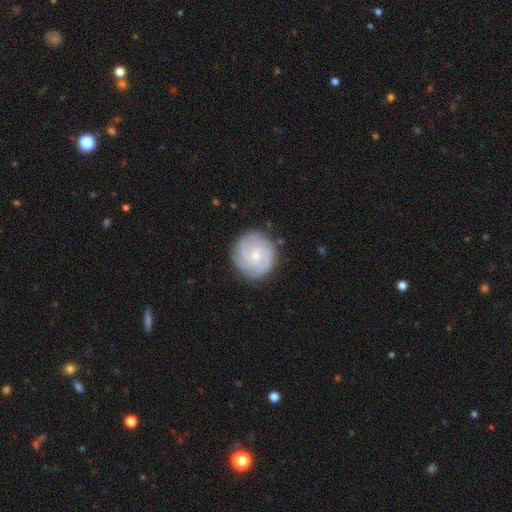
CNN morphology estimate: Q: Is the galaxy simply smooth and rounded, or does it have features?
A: featured or disk — 72%.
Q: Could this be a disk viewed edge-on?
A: no — 98%.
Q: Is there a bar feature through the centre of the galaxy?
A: no — 66%.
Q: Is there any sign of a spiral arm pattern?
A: yes — 92%.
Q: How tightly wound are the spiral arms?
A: tight — 64%.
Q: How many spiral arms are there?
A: can't tell — 32%.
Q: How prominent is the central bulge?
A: small — 64%.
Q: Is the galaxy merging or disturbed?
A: none — 81%.